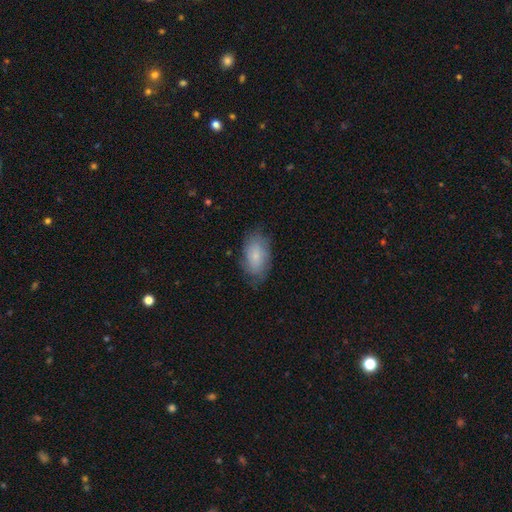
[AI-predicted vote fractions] Smooth or featured? Predicted: smooth (p=0.74). How rounded? Predicted: in between (p=0.93). Merging? Predicted: none (p=0.72).